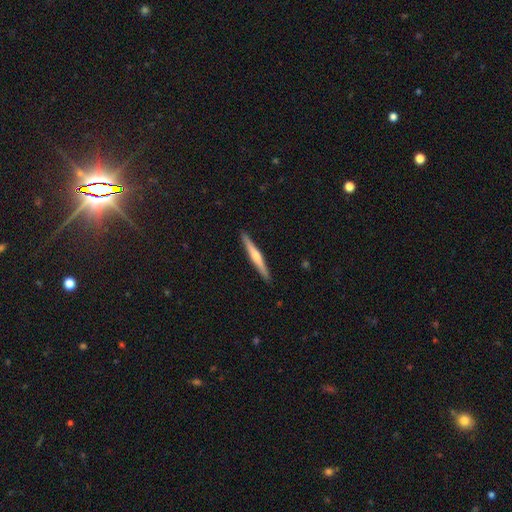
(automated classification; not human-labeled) smooth-or-featured: featured or disk: 64% | smooth: 30% | star or artifact: 5%
  disk-edge-on: yes: 98% | no: 2%
    edge-on-bulge: rounded: 77% | none: 16% | boxy: 7%
  merging: none: 92% | minor disturbance: 6% | major disturbance: 1% | merger: 1%